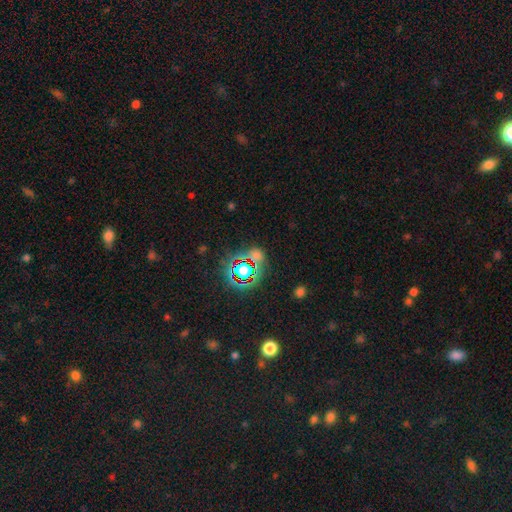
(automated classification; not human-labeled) Smooth or featured?
  - star or artifact: 56% *
  - smooth: 35%
  - featured or disk: 9%